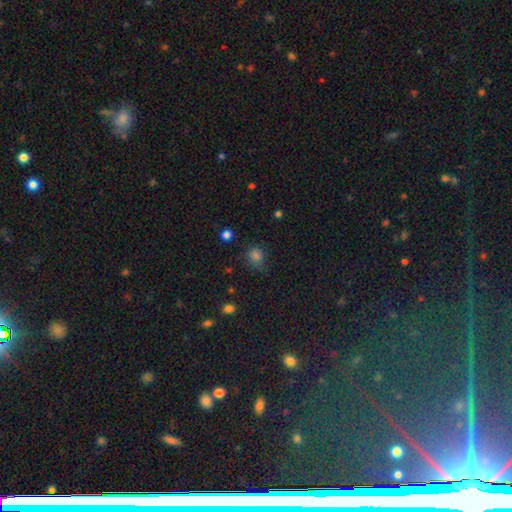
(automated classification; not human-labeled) Overall: smooth (76%). How rounded: round (73%). Merging: none (58%; minor disturbance 27%).